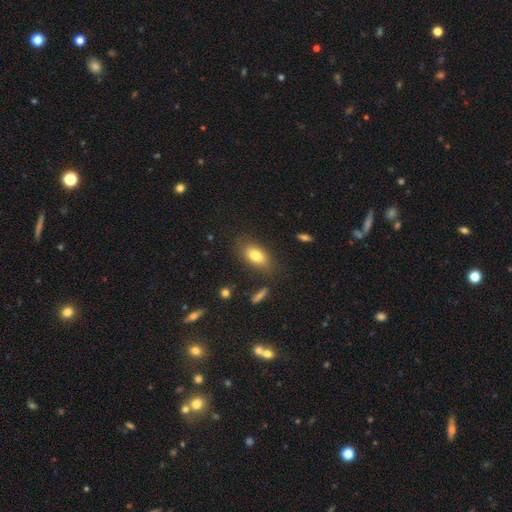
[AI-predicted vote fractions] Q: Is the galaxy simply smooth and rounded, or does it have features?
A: smooth — 78%.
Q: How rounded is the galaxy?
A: in between — 87%.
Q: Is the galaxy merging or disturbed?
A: none — 76%.